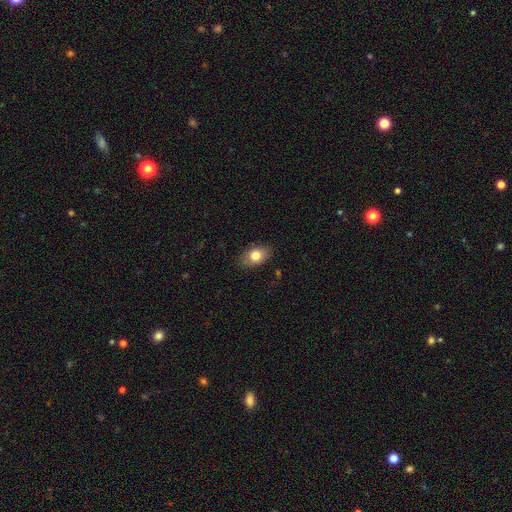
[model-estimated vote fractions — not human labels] smooth-or-featured: smooth: 79% | featured or disk: 13% | star or artifact: 8%
  how-rounded: in between: 85% | round: 14% | cigar-shaped: 2%
  merging: none: 83% | minor disturbance: 13% | major disturbance: 3% | merger: 1%